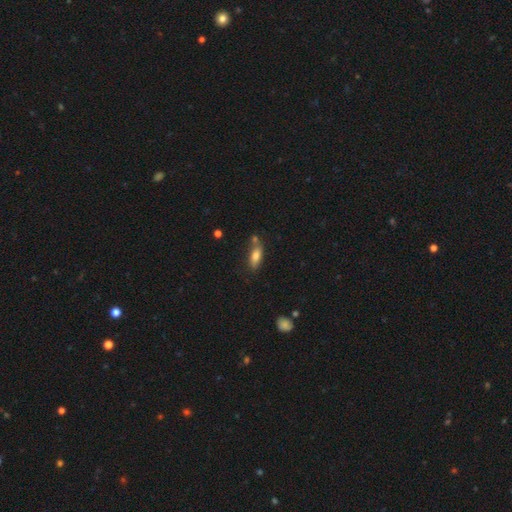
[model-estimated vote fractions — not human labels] smooth_or_featured: smooth (p=0.77) [alt: featured or disk p=0.15]
how_rounded: in between (p=0.71) [alt: cigar-shaped p=0.26]
merging: none (p=0.61) [alt: minor disturbance p=0.18]